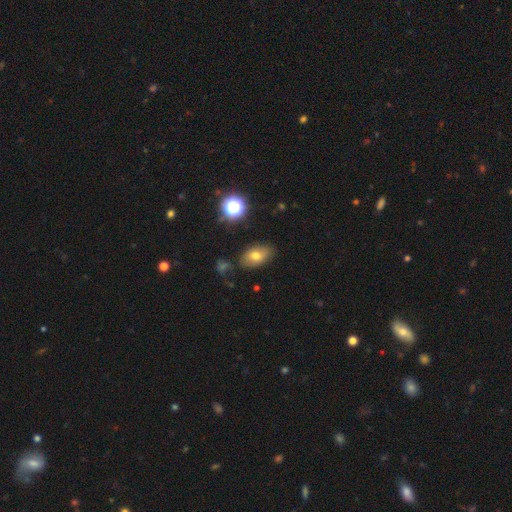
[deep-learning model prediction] Smooth or featured?
  - smooth: 70% *
  - featured or disk: 17%
  - star or artifact: 13%
How rounded?
  - in between: 87% *
  - round: 11%
  - cigar-shaped: 2%
Merging?
  - none: 78% *
  - minor disturbance: 15%
  - major disturbance: 4%
  - merger: 3%